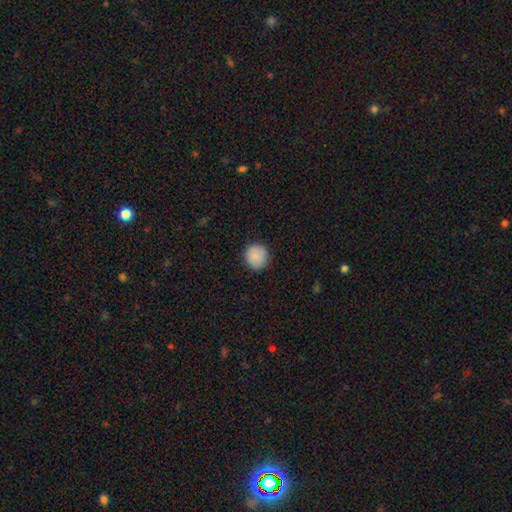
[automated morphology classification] Q: Smooth or featured?
A: smooth (88%); runner-up: star or artifact (8%)
Q: How rounded?
A: round (93%); runner-up: in between (6%)
Q: Merging?
A: none (90%); runner-up: minor disturbance (7%)